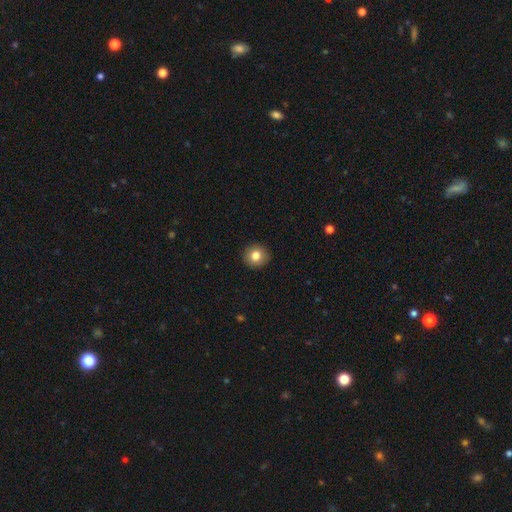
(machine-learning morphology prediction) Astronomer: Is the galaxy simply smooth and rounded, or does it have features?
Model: smooth — 82%.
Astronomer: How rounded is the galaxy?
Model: round — 91%.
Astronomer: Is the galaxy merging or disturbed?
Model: none — 92%.